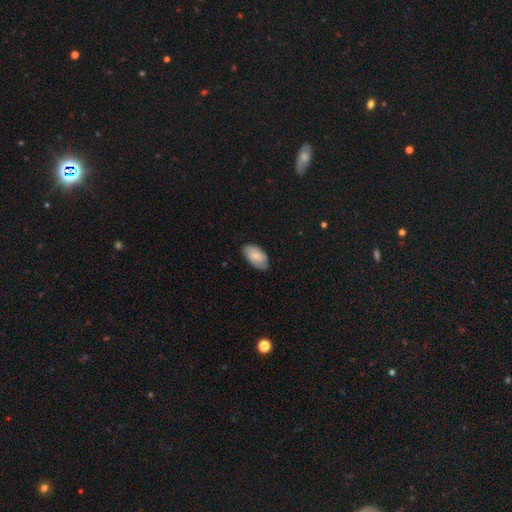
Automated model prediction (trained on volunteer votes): smooth-or-featured: smooth: 73% | featured or disk: 21% | star or artifact: 6%
  how-rounded: in between: 95% | round: 3% | cigar-shaped: 2%
  merging: none: 73% | minor disturbance: 23% | major disturbance: 4% | merger: 1%